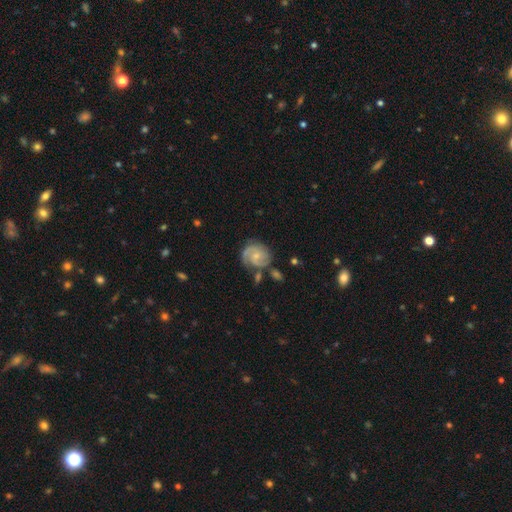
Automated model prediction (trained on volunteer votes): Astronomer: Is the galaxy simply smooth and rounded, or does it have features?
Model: featured or disk — 78%.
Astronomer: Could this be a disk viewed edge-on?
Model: no — 98%.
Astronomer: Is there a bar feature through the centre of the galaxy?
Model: no — 64%.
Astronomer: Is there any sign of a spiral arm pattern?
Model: yes — 95%.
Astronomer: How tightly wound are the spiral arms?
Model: tight — 47% (runner-up: medium, 41%).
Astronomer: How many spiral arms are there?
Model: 2 — 59%.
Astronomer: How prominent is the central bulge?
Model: small — 64%.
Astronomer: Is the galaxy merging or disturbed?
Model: none — 62%.